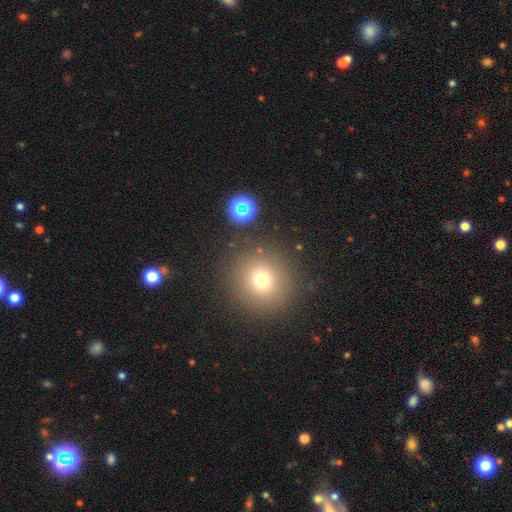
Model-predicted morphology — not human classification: Overall: smooth (55%; star or artifact 34%). How rounded: round (94%). Merging: none (89%).